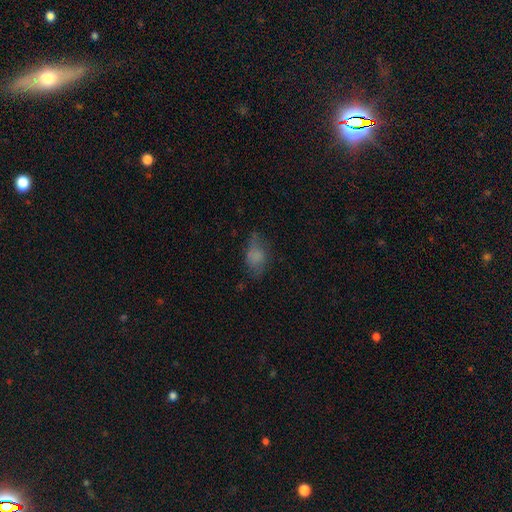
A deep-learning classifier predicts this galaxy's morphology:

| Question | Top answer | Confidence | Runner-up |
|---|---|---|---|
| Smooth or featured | smooth | 68% | featured or disk (19%) |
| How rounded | in between | 82% | round (15%) |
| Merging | none | 53% | minor disturbance (27%) |